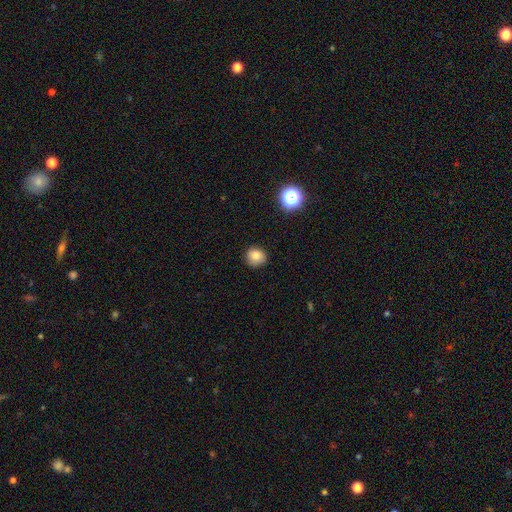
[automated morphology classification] Smooth or featured? Predicted: smooth (p=0.81). How rounded? Predicted: round (p=0.87). Merging? Predicted: none (p=0.86).